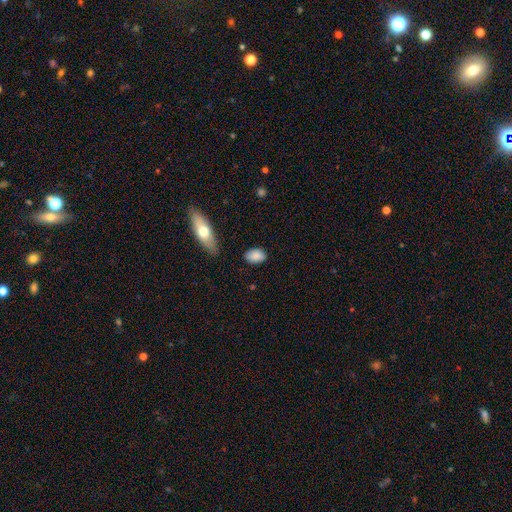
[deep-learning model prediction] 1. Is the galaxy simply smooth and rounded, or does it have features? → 84% smooth, 8% featured or disk, 7% star or artifact.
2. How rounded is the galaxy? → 87% in between, 10% round, 2% cigar-shaped.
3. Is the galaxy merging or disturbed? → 81% none, 14% minor disturbance, 3% major disturbance, 2% merger.